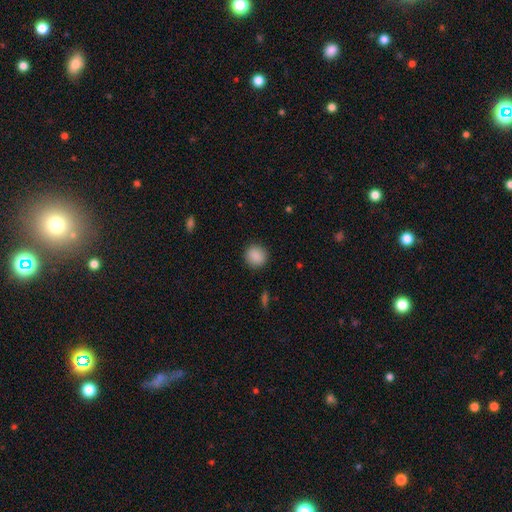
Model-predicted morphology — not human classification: The model was most divided on "how rounded": round: 87%, in between: 12%, cigar-shaped: 1%. More confident: merging — none (90%); smooth or featured — smooth (89%).